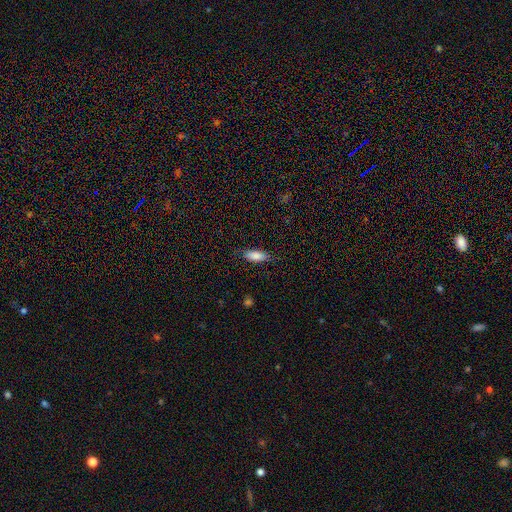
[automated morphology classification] Smooth or featured? smooth (85%)
How rounded? in between (76%)
Merging? none (81%)